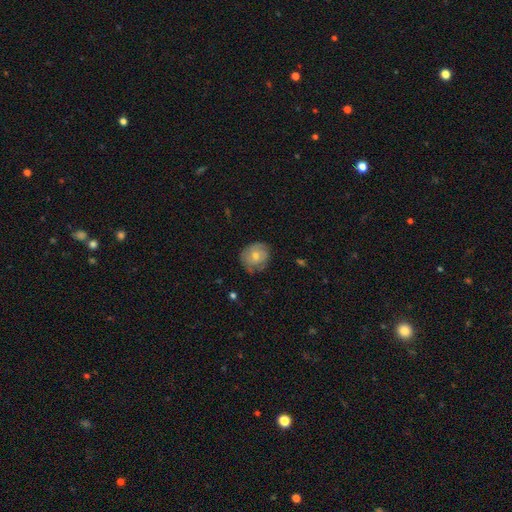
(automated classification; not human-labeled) A smooth galaxy with no disk features (56%) that is round (84%). Merging: none (73%).